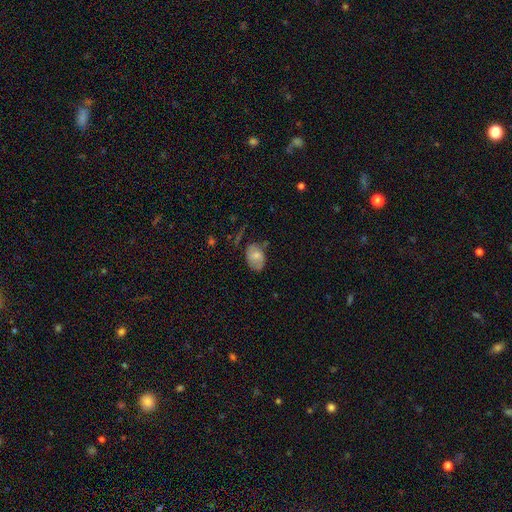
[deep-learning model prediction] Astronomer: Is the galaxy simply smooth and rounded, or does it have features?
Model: smooth — 68%.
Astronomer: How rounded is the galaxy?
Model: in between — 81%.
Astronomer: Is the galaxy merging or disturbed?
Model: none — 53% (runner-up: minor disturbance, 31%).